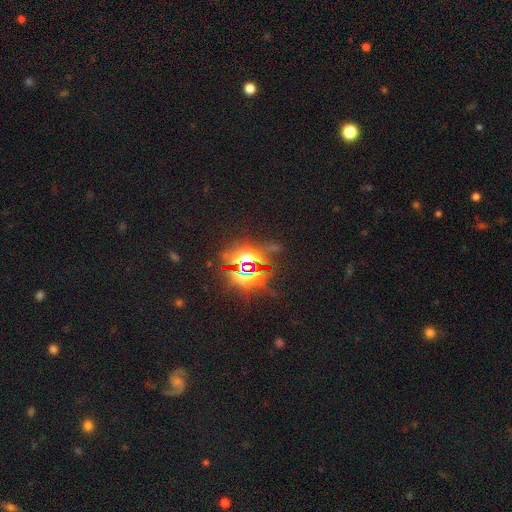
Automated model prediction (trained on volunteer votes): The model was most divided on "smooth or featured": star or artifact: 84%, smooth: 10%, featured or disk: 6%.